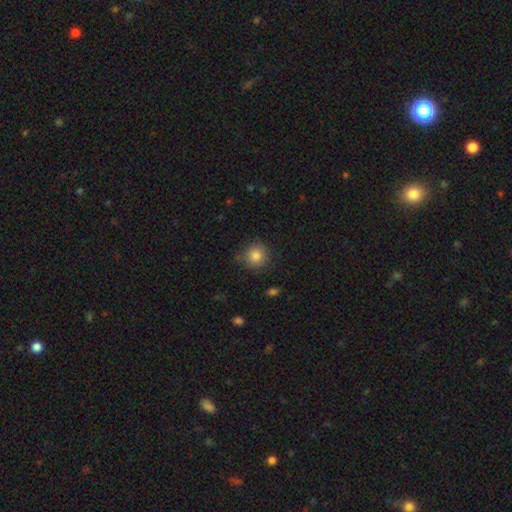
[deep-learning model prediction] smooth 84%, star or artifact 10%, featured or disk 6%. Down the decision tree: how rounded — round (91%); merging — none (79%).